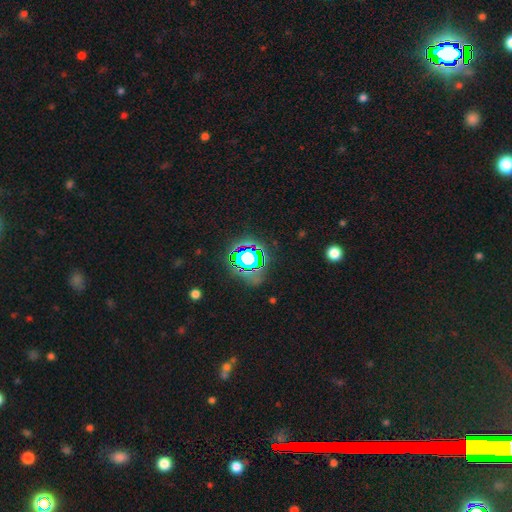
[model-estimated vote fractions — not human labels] Overall: star or artifact (82%).